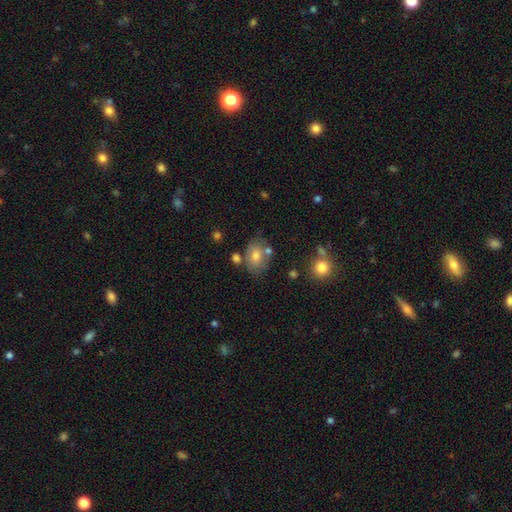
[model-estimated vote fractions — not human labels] This appears to be a smooth galaxy with no disk features (68%) that is in between round and cigar-shaped (66%). Merging: none (64%).